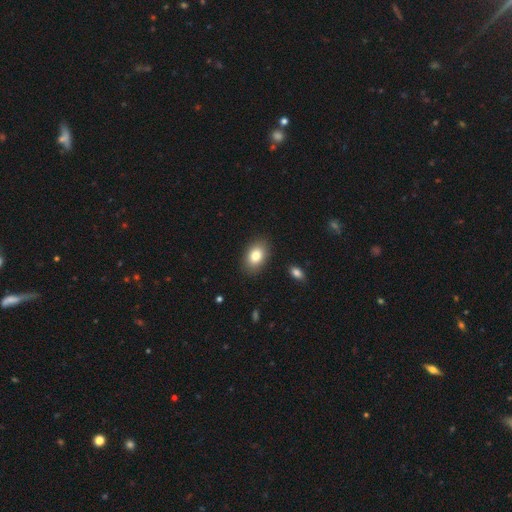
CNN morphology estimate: smooth_or_featured: smooth (p=0.82) [alt: featured or disk p=0.09]
how_rounded: in between (p=0.84) [alt: round p=0.15]
merging: none (p=0.88) [alt: minor disturbance p=0.09]